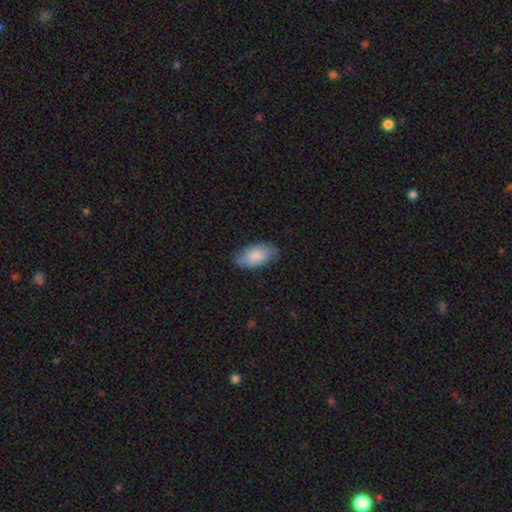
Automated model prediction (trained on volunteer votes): Morphology: type=smooth (83%); roundness=in between (95%); merging=none (79%).